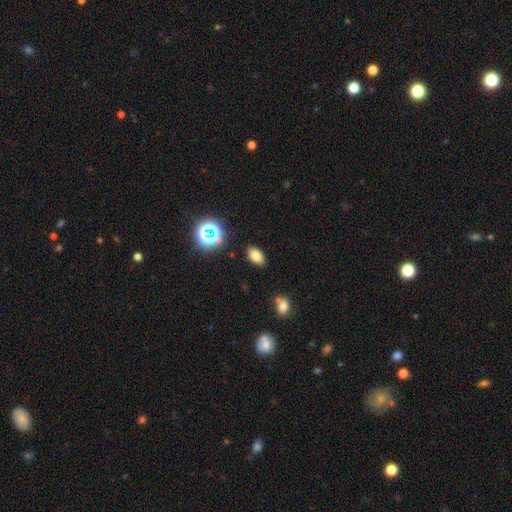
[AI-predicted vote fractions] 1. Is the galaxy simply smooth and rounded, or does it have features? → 76% smooth, 16% star or artifact, 8% featured or disk.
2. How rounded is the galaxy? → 88% in between, 10% round, 2% cigar-shaped.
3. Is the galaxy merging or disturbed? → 87% none, 9% minor disturbance, 3% major disturbance, 2% merger.